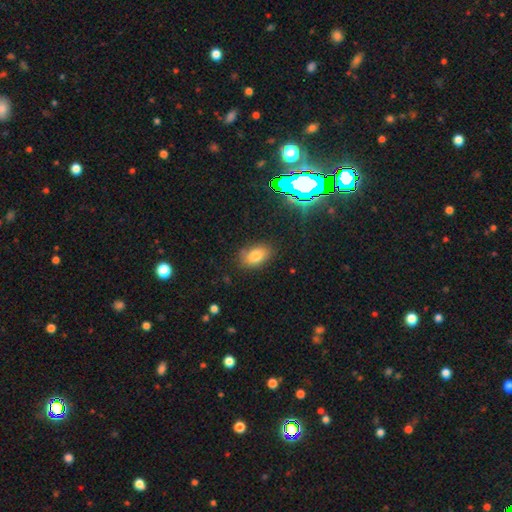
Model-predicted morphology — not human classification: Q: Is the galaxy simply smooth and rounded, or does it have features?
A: smooth — 78%.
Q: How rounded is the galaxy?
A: in between — 88%.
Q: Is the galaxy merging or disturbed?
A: none — 80%.